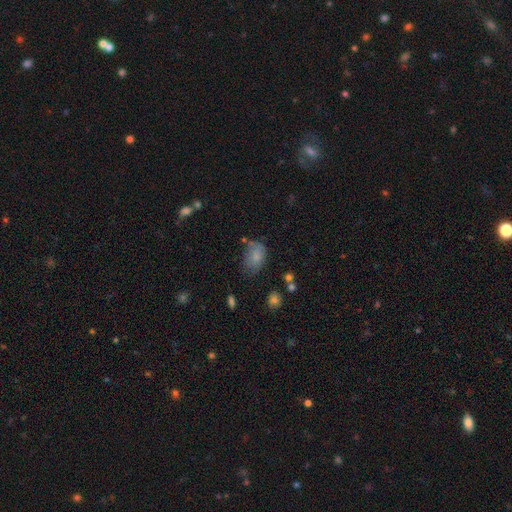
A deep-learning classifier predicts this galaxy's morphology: A smooth galaxy with no disk features (78%) that is in between round and cigar-shaped (85%). Merging: none (48%).